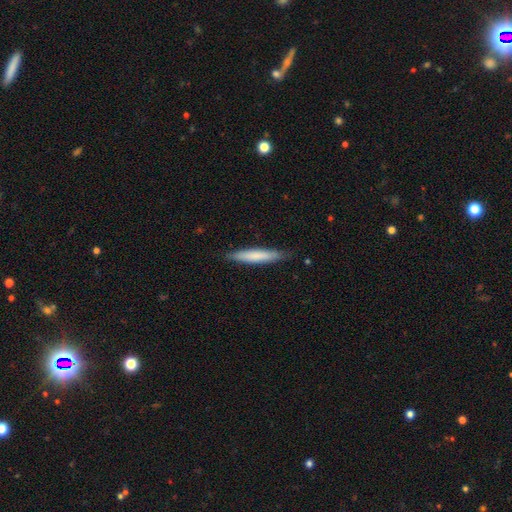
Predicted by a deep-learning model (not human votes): smooth 71%, featured or disk 24%, star or artifact 5%. Down the decision tree: how rounded — cigar-shaped (93%); merging — none (85%).